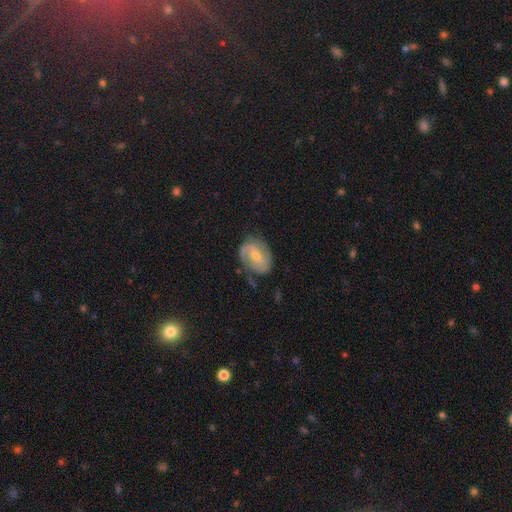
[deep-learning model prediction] A featured or disk galaxy (66%) with a weak bar (45%), 2 (71%) medium (42%) spiral arms (86%) and a small central bulge (53%). Merging: none (67%).